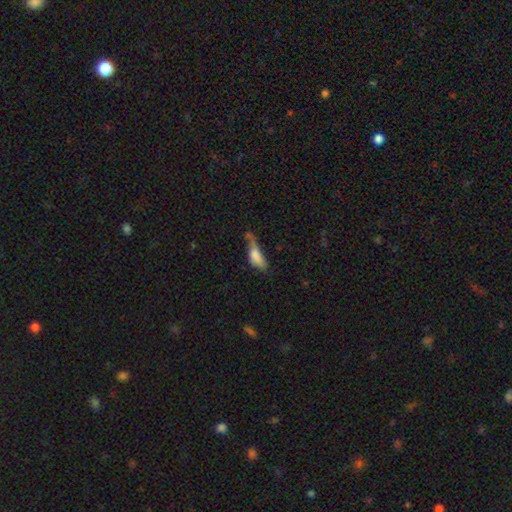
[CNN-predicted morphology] Smooth or featured?
  - smooth: 68% *
  - featured or disk: 24%
  - star or artifact: 8%
How rounded?
  - in between: 61% *
  - cigar-shaped: 35%
  - round: 4%
Merging?
  - major disturbance: 39% *
  - minor disturbance: 29%
  - none: 22%
  - merger: 9%